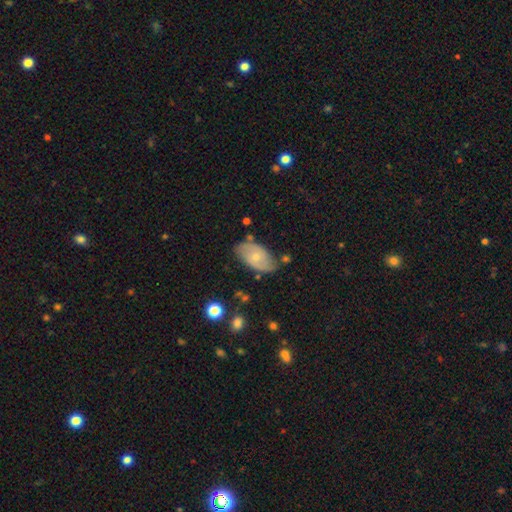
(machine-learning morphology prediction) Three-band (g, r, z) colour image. It shows a featured or disk galaxy (48%). Merging: none (69%).